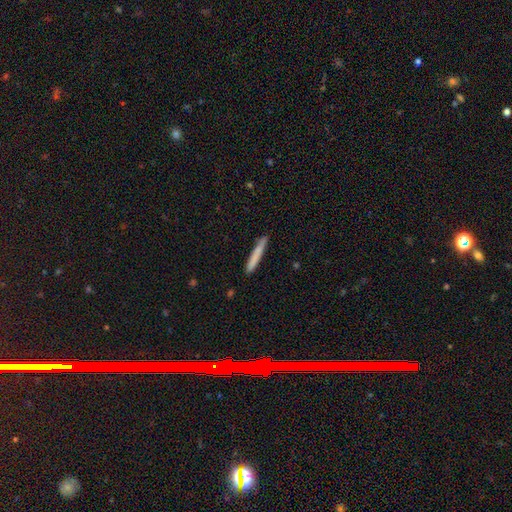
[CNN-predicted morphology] This appears to be a smooth galaxy with no disk features (74%) that is cigar-shaped (96%). Merging: none (88%).